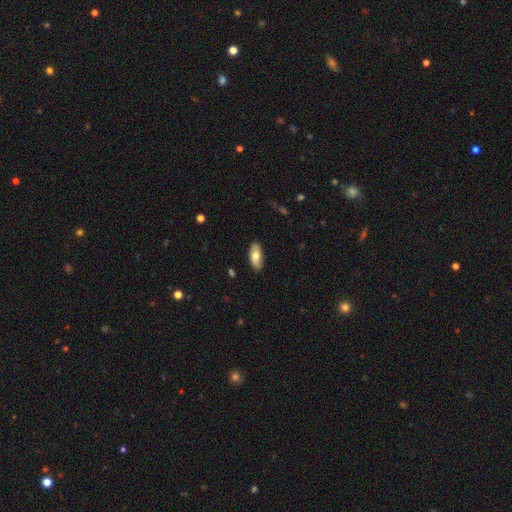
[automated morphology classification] Smooth or featured: smooth — 74% (featured or disk — 20%)
How rounded: in between — 87% (cigar-shaped — 10%)
Merging: none — 87% (minor disturbance — 10%)